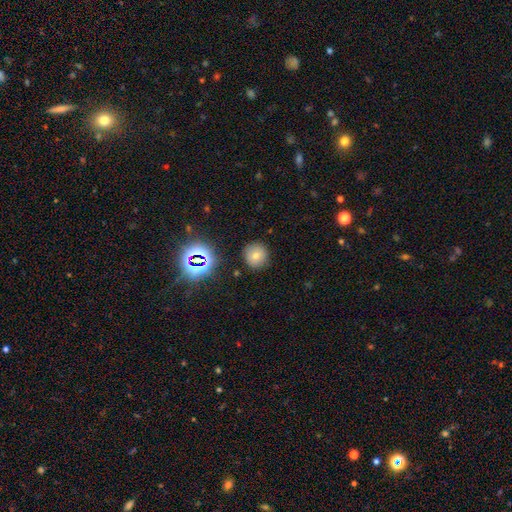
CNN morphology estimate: Q: Smooth or featured?
A: smooth (60%); runner-up: star or artifact (26%)
Q: How rounded?
A: round (93%); runner-up: in between (6%)
Q: Merging?
A: none (88%); runner-up: minor disturbance (8%)